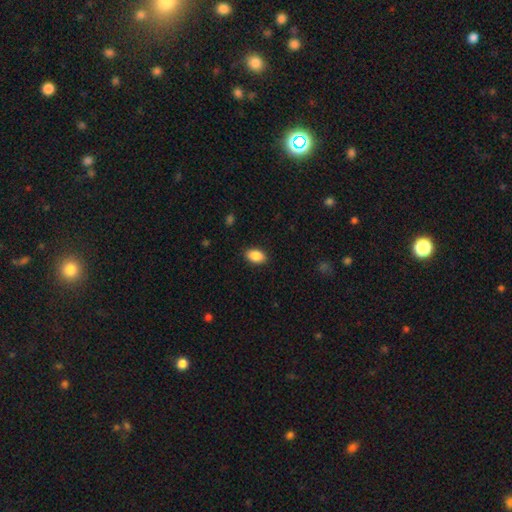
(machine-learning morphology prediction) smooth-or-featured: smooth: 89% | star or artifact: 7% | featured or disk: 3%
  how-rounded: in between: 91% | round: 8% | cigar-shaped: 2%
  merging: none: 88% | minor disturbance: 9% | major disturbance: 2% | merger: 1%